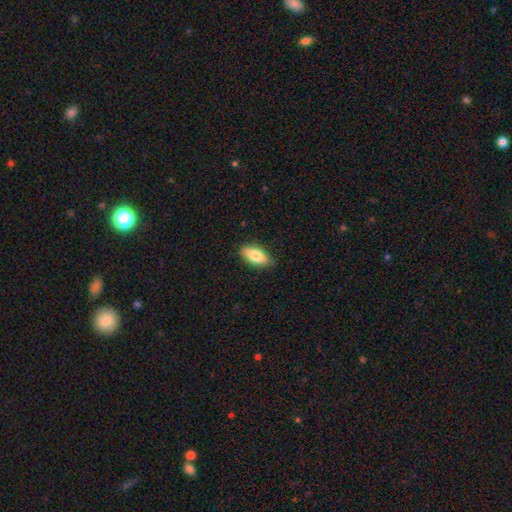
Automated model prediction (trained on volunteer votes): Overall: smooth (80%). How rounded: in between (88%). Merging: none (86%).